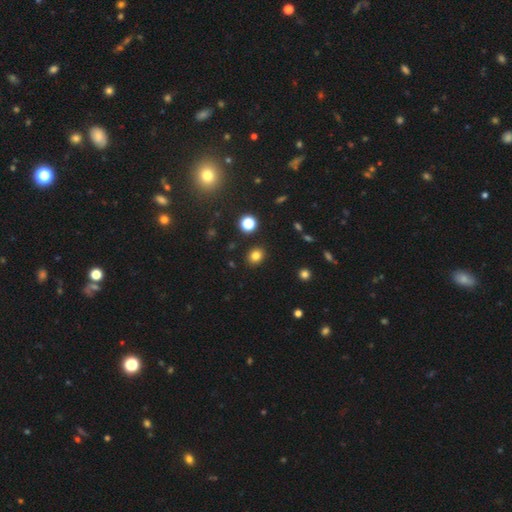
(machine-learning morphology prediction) A smooth galaxy with no disk features (80%) that is round (60%).

Vote fractions:
- Smooth or featured? smooth: 80% / star or artifact: 14% / featured or disk: 6%
- How rounded? round: 60% / in between: 39% / cigar-shaped: 1%
- Merging? none: 89% / minor disturbance: 7% / major disturbance: 2% / merger: 2%